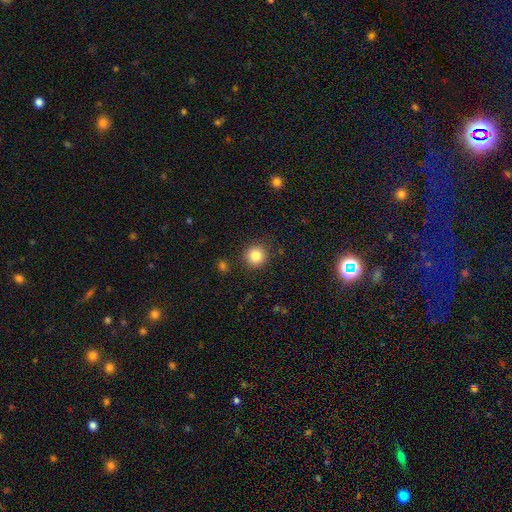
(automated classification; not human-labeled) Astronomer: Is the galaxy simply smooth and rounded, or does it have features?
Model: smooth — 84%.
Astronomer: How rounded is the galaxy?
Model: round — 93%.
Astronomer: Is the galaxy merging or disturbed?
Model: none — 90%.